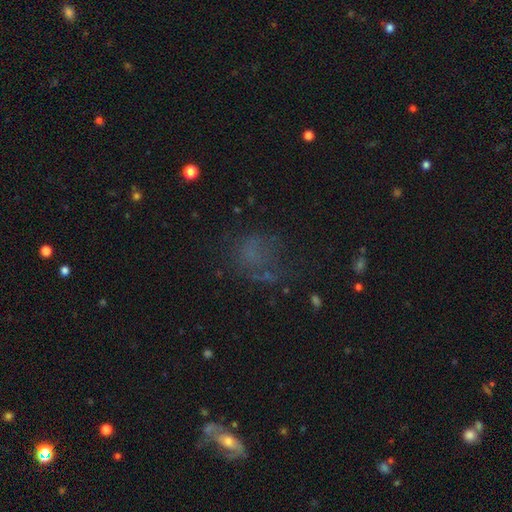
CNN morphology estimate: Smooth or featured: smooth — 41% (star or artifact — 35%)
Merging: none — 48% (major disturbance — 28%)